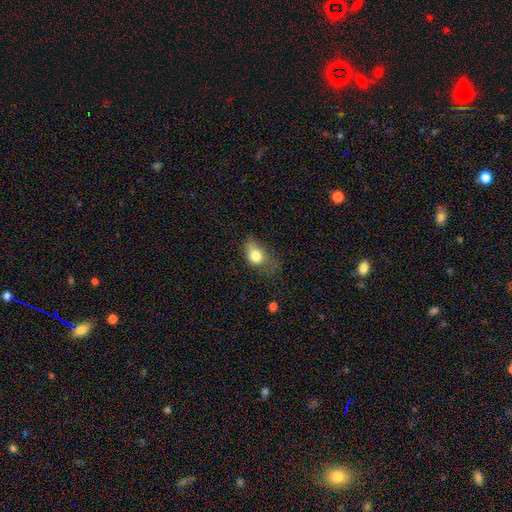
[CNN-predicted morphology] A smooth galaxy with no disk features (78%) that is in between round and cigar-shaped (73%). Merging: minor disturbance (36%).